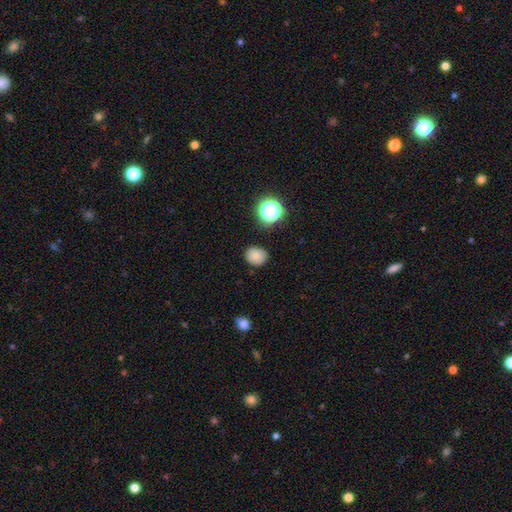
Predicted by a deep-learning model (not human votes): Smooth or featured? Predicted: smooth (p=0.78). How rounded? Predicted: round (p=0.70). Merging? Predicted: none (p=0.81).